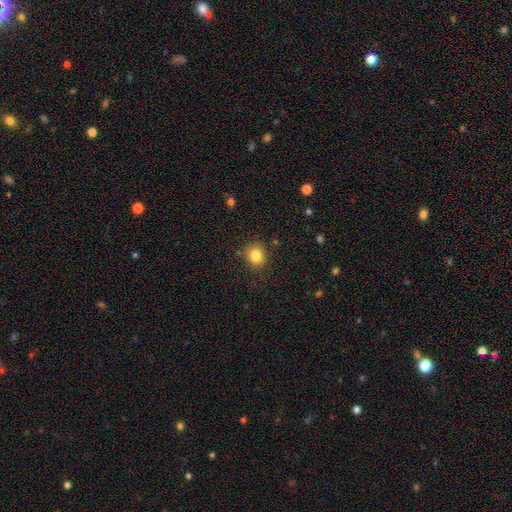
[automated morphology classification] The model was most divided on "how rounded": round: 79%, in between: 20%, cigar-shaped: 1%. More confident: merging — none (85%); smooth or featured — smooth (82%).